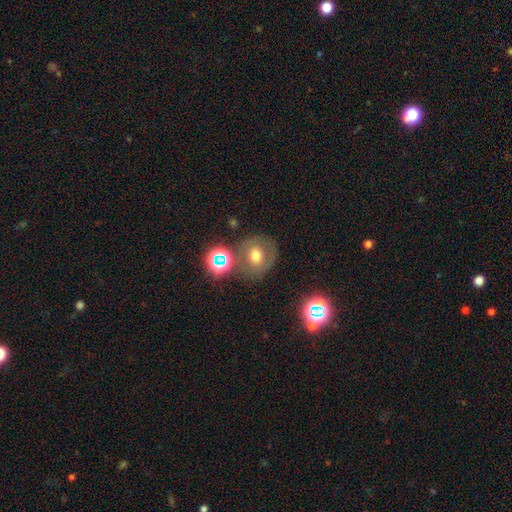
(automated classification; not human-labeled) Smooth or featured?
  - smooth: 57% *
  - featured or disk: 25%
  - star or artifact: 19%
How rounded?
  - round: 80% *
  - in between: 19%
  - cigar-shaped: 1%
Merging?
  - none: 67% *
  - minor disturbance: 14%
  - merger: 11%
  - major disturbance: 8%